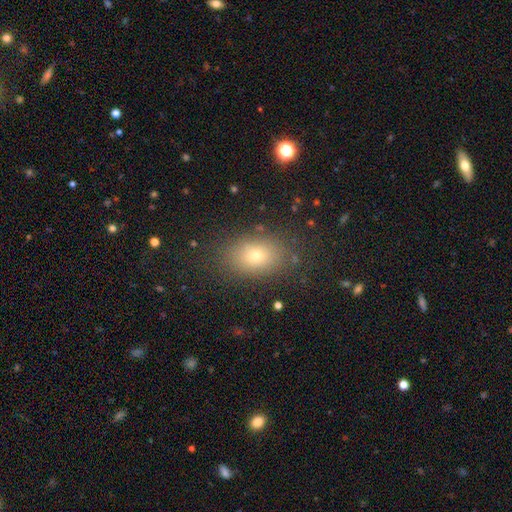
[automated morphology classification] Smooth or featured?
  - smooth: 72% *
  - star or artifact: 15%
  - featured or disk: 13%
How rounded?
  - in between: 72% *
  - round: 27%
  - cigar-shaped: 1%
Merging?
  - none: 83% *
  - minor disturbance: 10%
  - major disturbance: 5%
  - merger: 2%